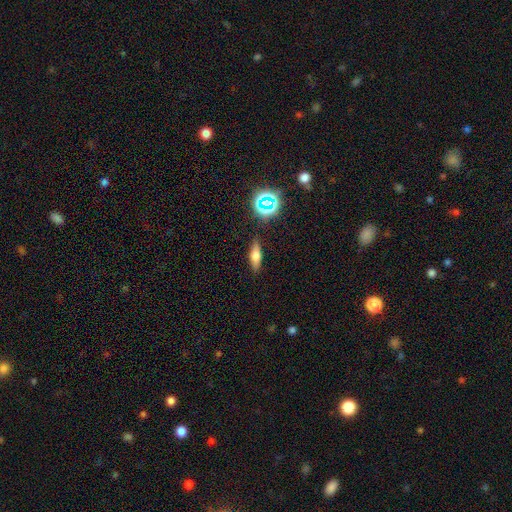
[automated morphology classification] Smooth or featured? Predicted: smooth (p=0.54). How rounded? Predicted: in between (p=0.47, tied with cigar-shaped). Merging? Predicted: none (p=0.85).